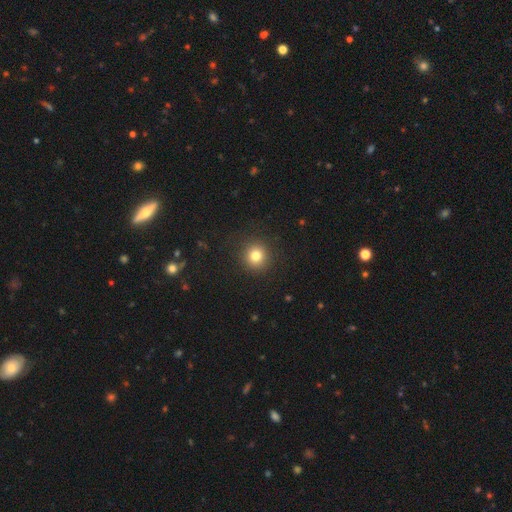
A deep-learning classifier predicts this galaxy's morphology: type=smooth (80%); roundness=round (94%); merging=none (91%).